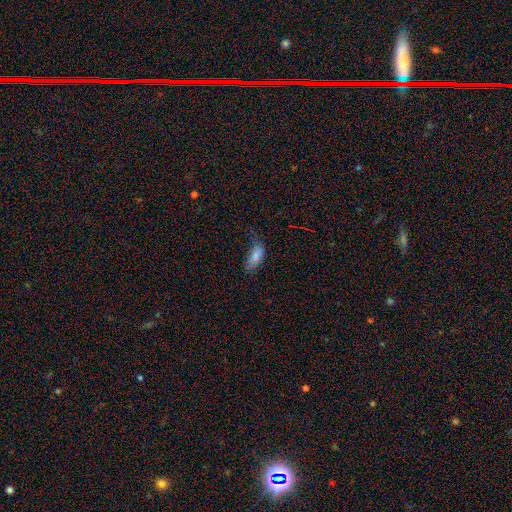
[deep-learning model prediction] Smooth or featured? Predicted: smooth (p=0.80). How rounded? Predicted: in between (p=0.84). Merging? Predicted: none (p=0.40).